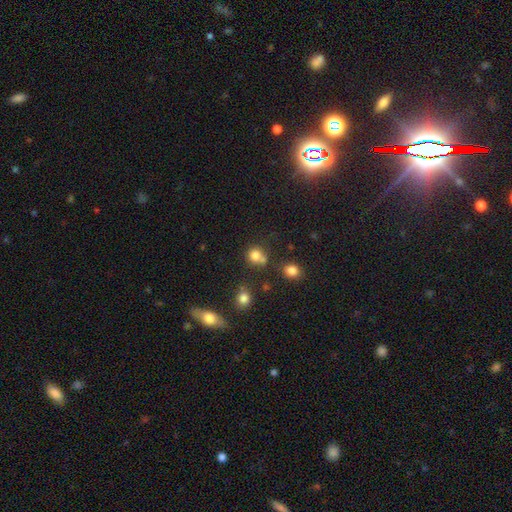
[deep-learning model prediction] Smooth or featured? smooth (79%)
How rounded? round (81%)
Merging? none (53%)